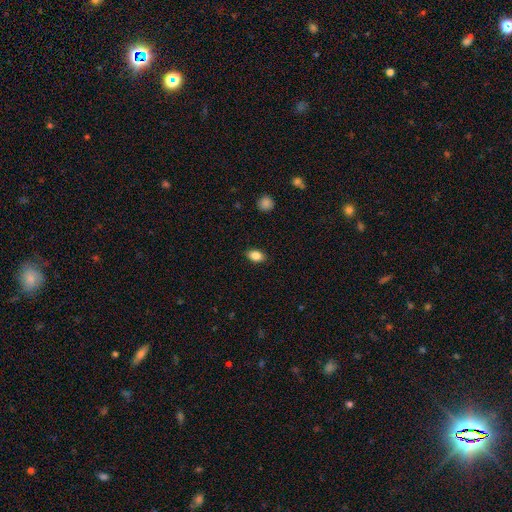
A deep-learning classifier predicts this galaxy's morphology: This is clearly a smooth galaxy (85%). How rounded: clearly in between (85%). Merging: clearly none (88%).